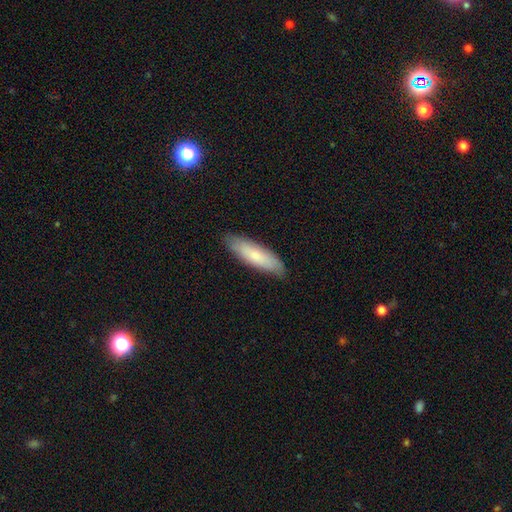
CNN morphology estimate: Q: Smooth or featured?
A: smooth (75%); runner-up: featured or disk (20%)
Q: How rounded?
A: cigar-shaped (60%); runner-up: in between (38%)
Q: Merging?
A: none (85%); runner-up: minor disturbance (12%)